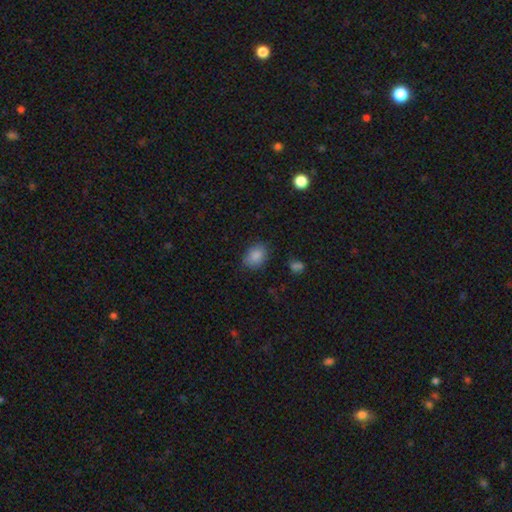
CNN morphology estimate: A smooth galaxy with no disk features (86%) that is in between round and cigar-shaped (73%).

Vote fractions:
- Smooth or featured? smooth: 86% / star or artifact: 9% / featured or disk: 5%
- How rounded? in between: 73% / round: 26% / cigar-shaped: 1%
- Merging? none: 79% / minor disturbance: 16% / major disturbance: 4% / merger: 2%